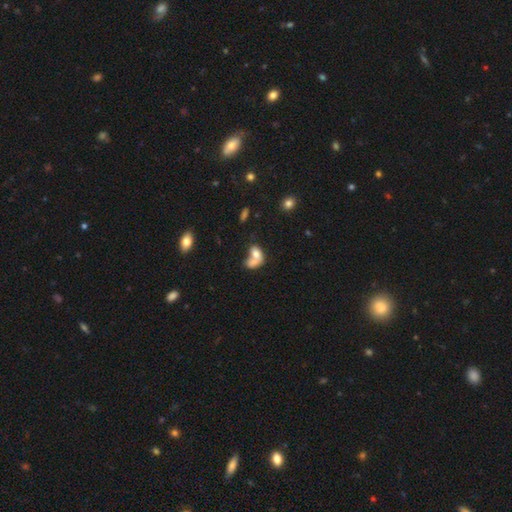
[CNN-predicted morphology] type=smooth (69%); roundness=in between (80%); merging=merger (67%).